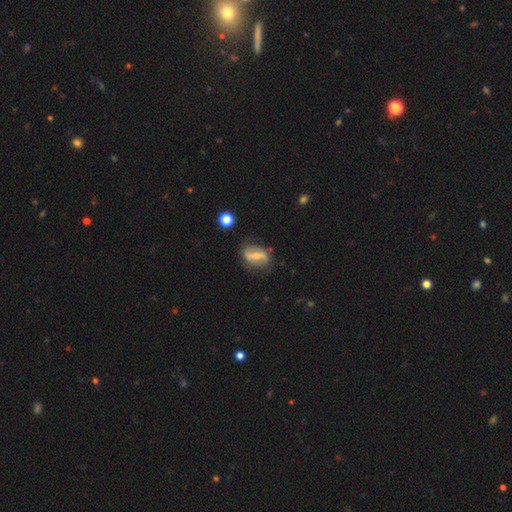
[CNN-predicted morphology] Smooth or featured?
  - featured or disk: 70% *
  - smooth: 23%
  - star or artifact: 7%
Edge-on disk?
  - no: 94% *
  - yes: 6%
Bar?
  - strong: 59% *
  - weak: 29%
  - no: 12%
Spiral arms?
  - yes: 77% *
  - no: 23%
Spiral winding?
  - loose: 52% *
  - medium: 31%
  - tight: 17%
Spiral arm count?
  - 2: 85% *
  - can't tell: 8%
  - 1: 4%
  - 3: 1%
  - 4: 1%
  - more than 4: 1%
Bulge size?
  - small: 50% *
  - moderate: 35%
  - none: 11%
  - large: 3%
  - dominant: 1%
Merging?
  - none: 74% *
  - minor disturbance: 18%
  - major disturbance: 6%
  - merger: 2%